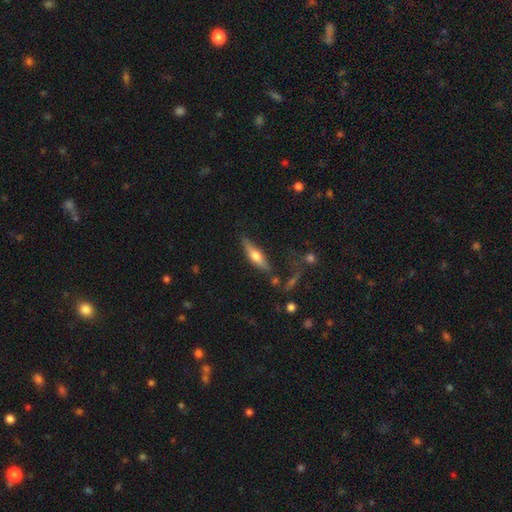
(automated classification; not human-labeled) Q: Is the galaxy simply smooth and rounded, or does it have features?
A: featured or disk — 48%.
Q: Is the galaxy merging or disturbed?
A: none — 74%.